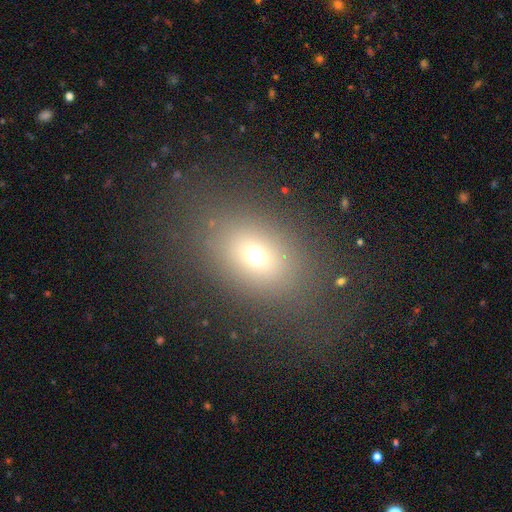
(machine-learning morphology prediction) This is likely a smooth galaxy (66%). How rounded: likely in between (67%). Merging: likely none (76%).